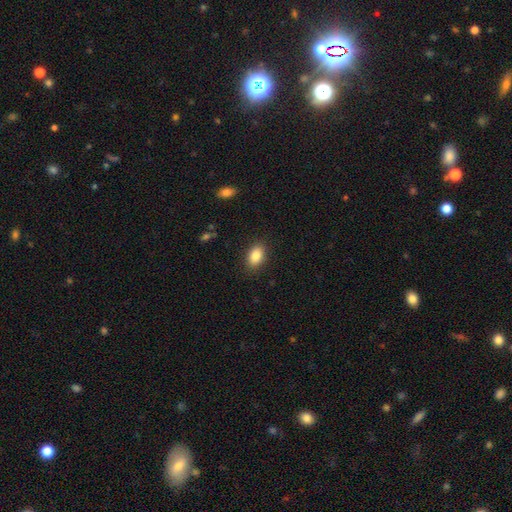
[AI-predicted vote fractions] Smooth or featured? smooth (86%)
How rounded? in between (85%)
Merging? none (87%)